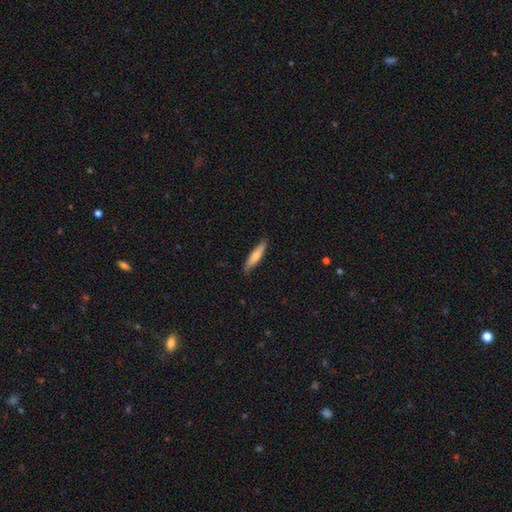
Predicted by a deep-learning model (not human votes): Q: Smooth or featured?
A: smooth (70%); runner-up: featured or disk (24%)
Q: How rounded?
A: cigar-shaped (81%); runner-up: in between (17%)
Q: Merging?
A: none (80%); runner-up: minor disturbance (16%)